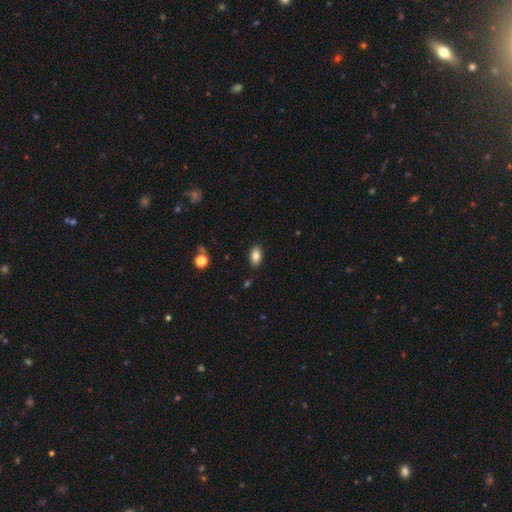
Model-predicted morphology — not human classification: Smooth or featured?
  - smooth: 84% *
  - star or artifact: 9%
  - featured or disk: 8%
How rounded?
  - in between: 91% *
  - round: 6%
  - cigar-shaped: 3%
Merging?
  - none: 85% *
  - minor disturbance: 11%
  - major disturbance: 2%
  - merger: 2%